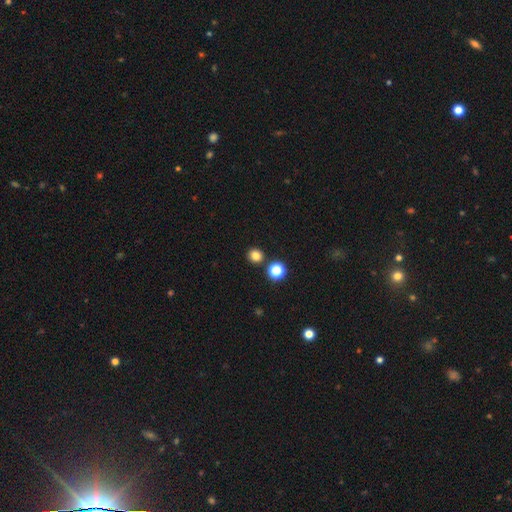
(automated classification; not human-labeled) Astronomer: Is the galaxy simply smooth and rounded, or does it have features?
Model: smooth — 80%.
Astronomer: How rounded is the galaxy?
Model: round — 88%.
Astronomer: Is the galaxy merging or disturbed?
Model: none — 86%.